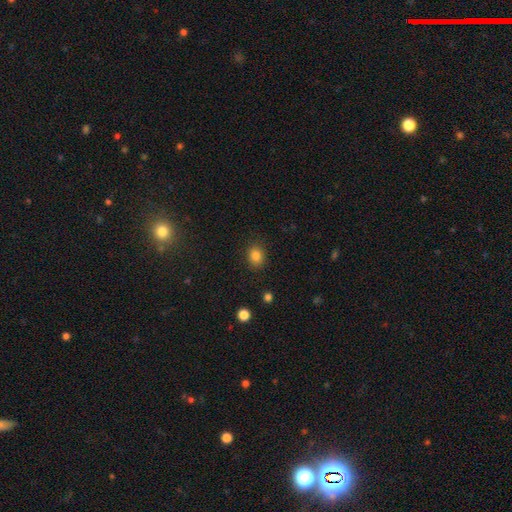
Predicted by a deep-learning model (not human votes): This appears to be a smooth galaxy with no disk features (84%) that is round (56%). Merging: none (88%).